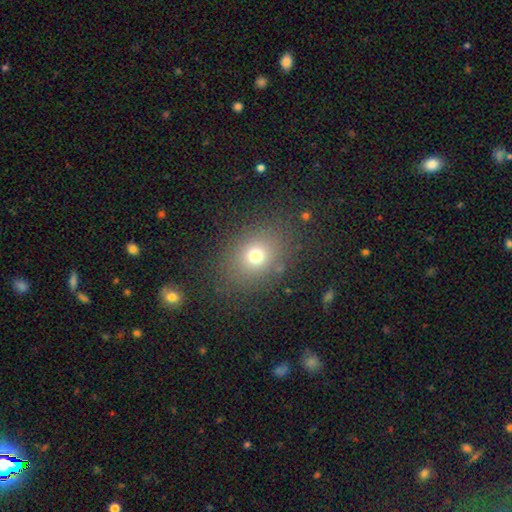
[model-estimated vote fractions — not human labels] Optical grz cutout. It shows a smooth galaxy with no disk features (72%) that is round (56%). Merging: none (83%).